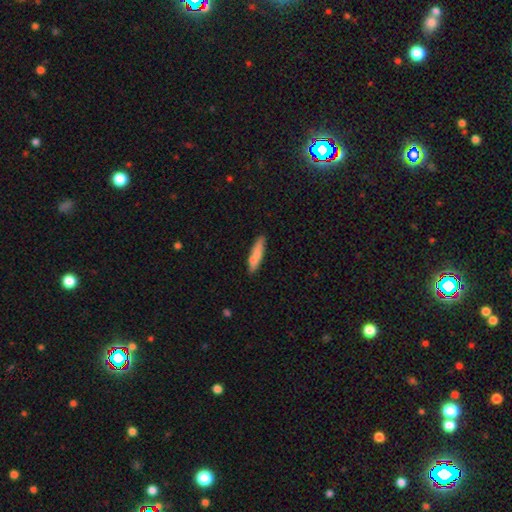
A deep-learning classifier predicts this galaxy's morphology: Smooth or featured?
  - smooth: 78% *
  - featured or disk: 16%
  - star or artifact: 6%
How rounded?
  - cigar-shaped: 78% *
  - in between: 20%
  - round: 2%
Merging?
  - none: 79% *
  - minor disturbance: 14%
  - merger: 5%
  - major disturbance: 3%